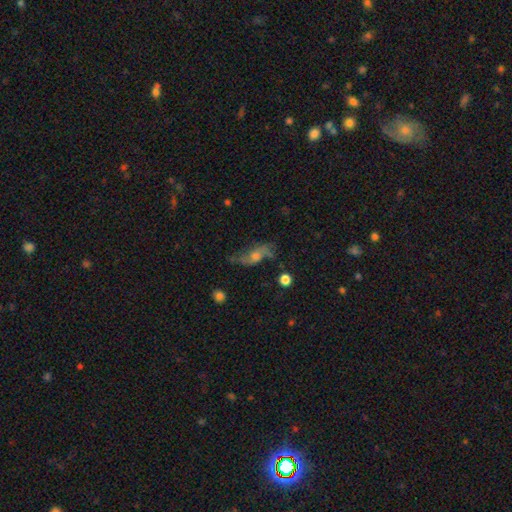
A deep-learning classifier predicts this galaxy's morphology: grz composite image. It shows a featured or disk galaxy (61%). Merging: none (59%).